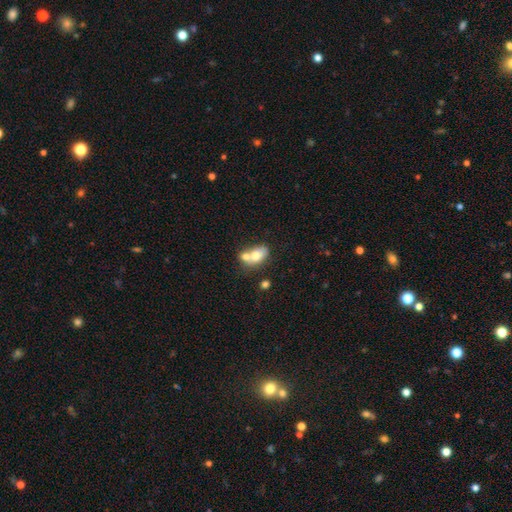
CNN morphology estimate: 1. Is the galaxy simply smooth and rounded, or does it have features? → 70% smooth, 22% featured or disk, 8% star or artifact.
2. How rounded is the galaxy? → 78% in between, 20% round, 2% cigar-shaped.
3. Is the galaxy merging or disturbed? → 60% merger, 25% none, 10% minor disturbance, 5% major disturbance.